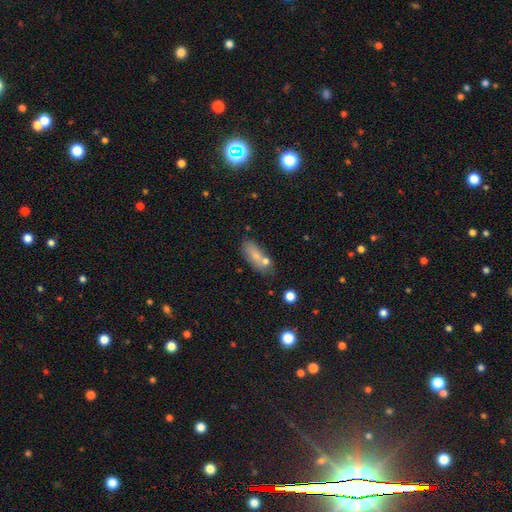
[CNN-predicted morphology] Smooth or featured: smooth — 75% (featured or disk — 16%)
How rounded: in between — 74% (cigar-shaped — 22%)
Merging: none — 56% (minor disturbance — 19%)